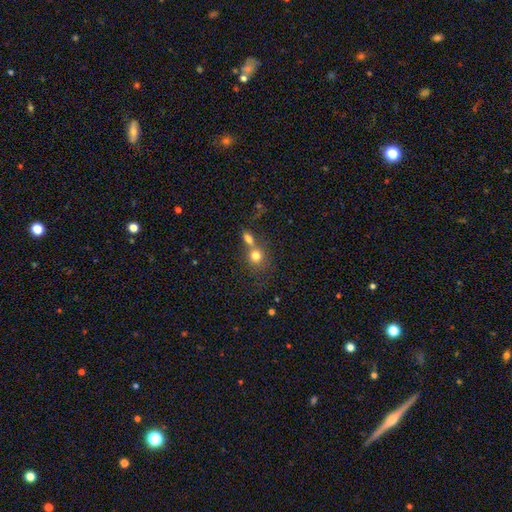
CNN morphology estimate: A smooth galaxy with no disk features (78%) that is round (76%).

Vote fractions:
- Smooth or featured? smooth: 78% / star or artifact: 12% / featured or disk: 11%
- How rounded? round: 76% / in between: 23% / cigar-shaped: 1%
- Merging? merger: 44% / none: 42% / minor disturbance: 9% / major disturbance: 5%